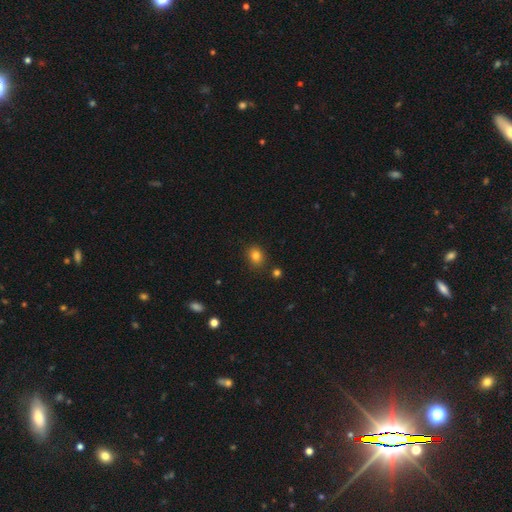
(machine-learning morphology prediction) This appears to be a smooth galaxy with no disk features (81%) that is round (62%). Merging: none (85%).